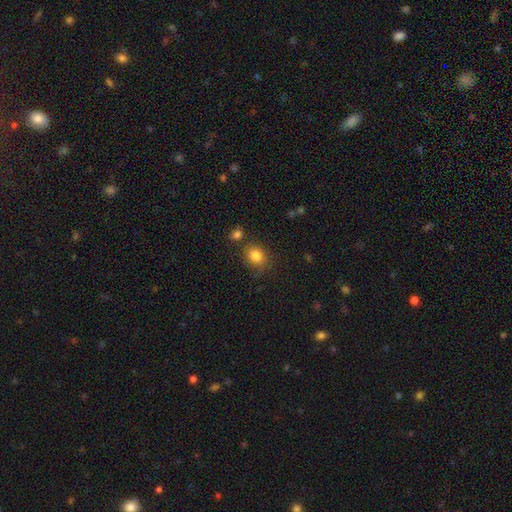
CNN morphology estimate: A smooth galaxy with no disk features (83%) that is round (62%). Merging: none (72%).